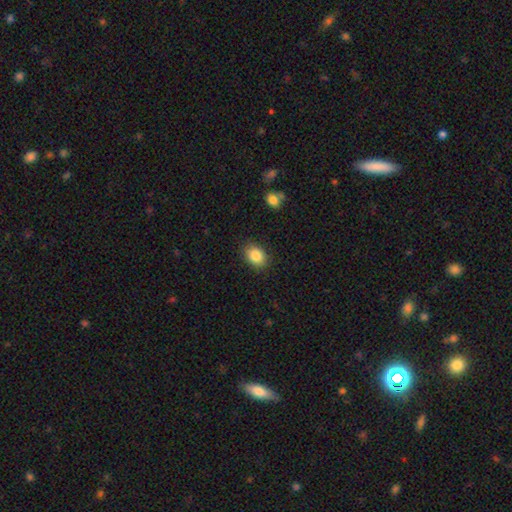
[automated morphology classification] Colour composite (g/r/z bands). It shows a smooth galaxy with no disk features (86%) that is in between round and cigar-shaped (70%). Merging: none (87%).